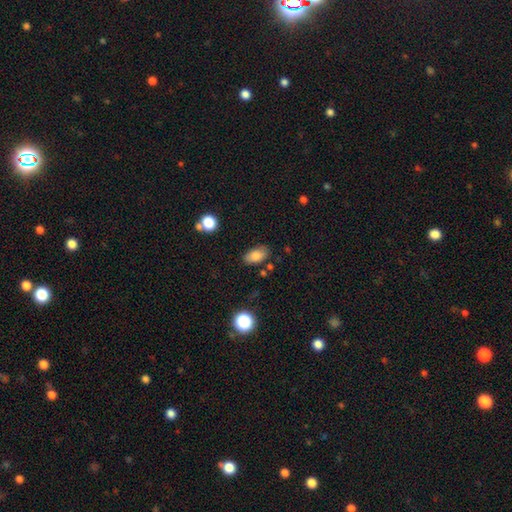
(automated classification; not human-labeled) Smooth or featured: smooth — 82% (featured or disk — 9%)
How rounded: in between — 91% (round — 6%)
Merging: none — 81% (minor disturbance — 13%)